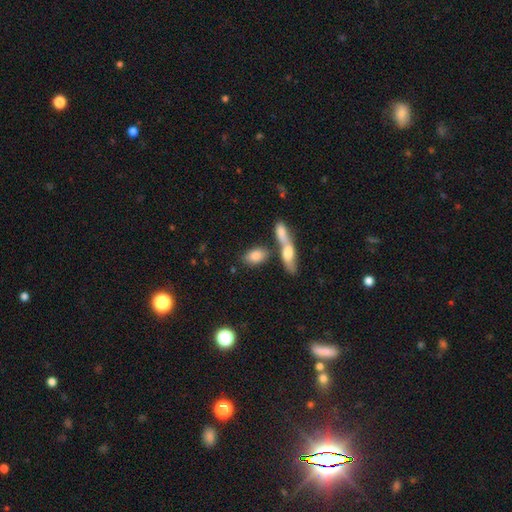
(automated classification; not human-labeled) This is clearly a smooth galaxy (80%). How rounded: clearly in between (85%). Merging: possibly none (49%).